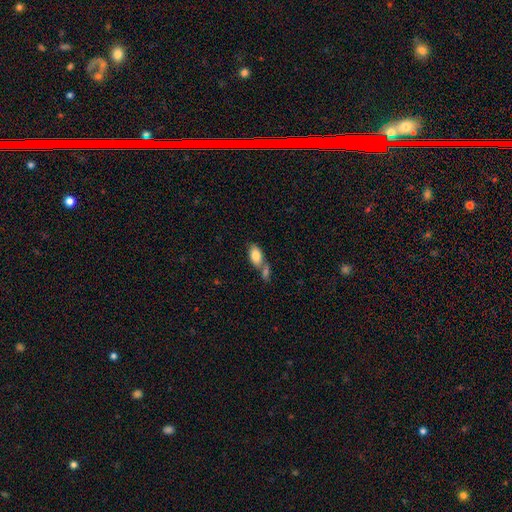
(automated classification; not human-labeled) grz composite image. It shows a smooth galaxy with no disk features (81%) that is in between round and cigar-shaped (91%). Merging: merger (44%).